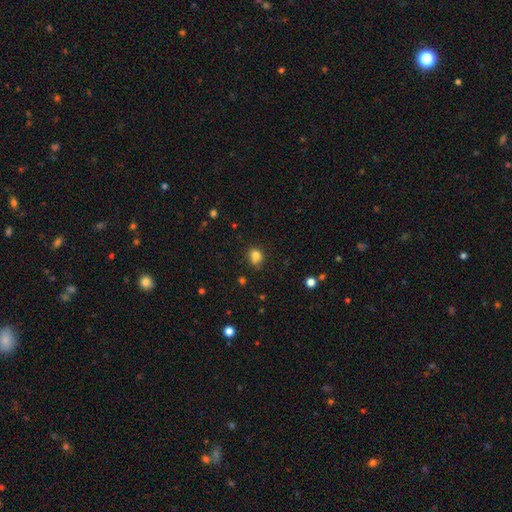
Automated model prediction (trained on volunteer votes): This is likely a smooth galaxy (80%). How rounded: likely round (66%). Merging: possibly none (60%).